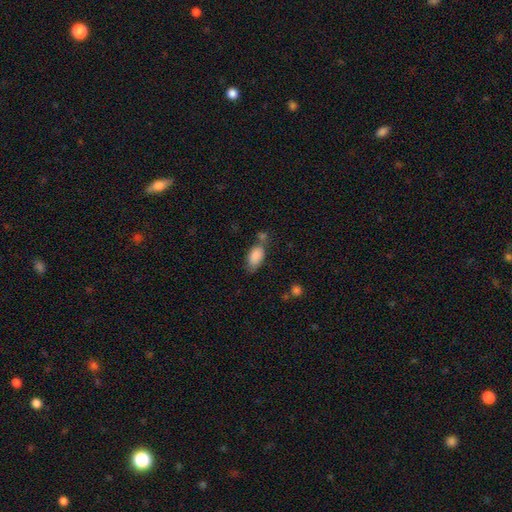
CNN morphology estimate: This appears to be a smooth galaxy with no disk features (86%) that is in between round and cigar-shaped (92%). Merging: none (49%).